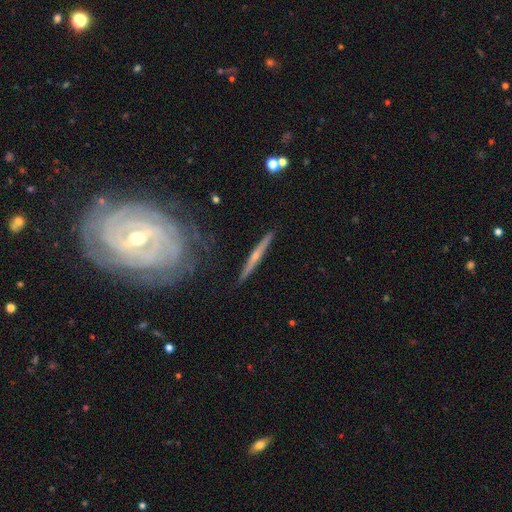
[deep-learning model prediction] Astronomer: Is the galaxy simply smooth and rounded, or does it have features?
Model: featured or disk — 68%.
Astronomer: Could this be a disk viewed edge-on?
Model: yes — 95%.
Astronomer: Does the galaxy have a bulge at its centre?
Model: rounded — 60%.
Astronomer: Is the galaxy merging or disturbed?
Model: none — 87%.